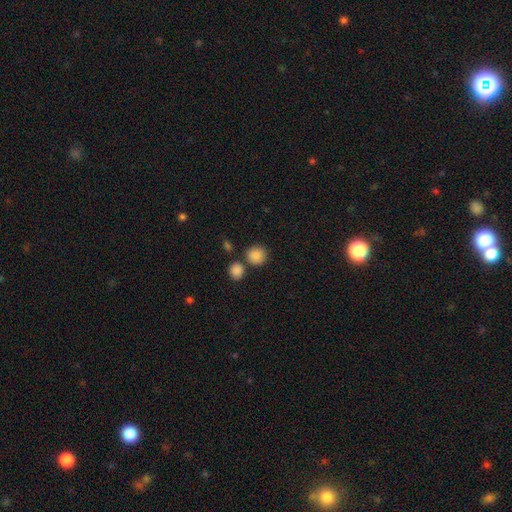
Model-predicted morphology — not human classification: Overall: smooth (87%). How rounded: round (89%). Merging: none (72%).